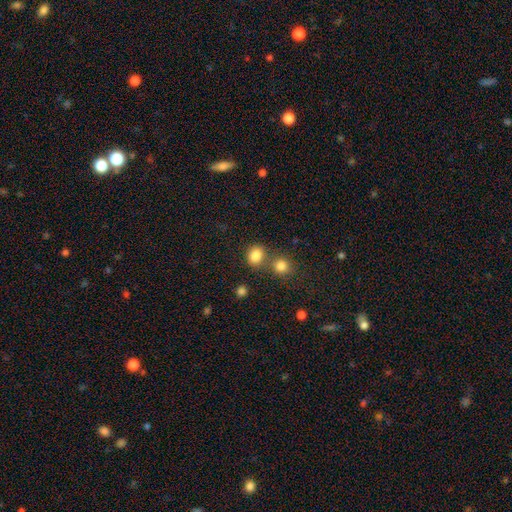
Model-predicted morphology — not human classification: smooth-or-featured: smooth: 83% | star or artifact: 12% | featured or disk: 5%
  how-rounded: round: 60% | in between: 39% | cigar-shaped: 1%
  merging: none: 61% | merger: 25% | minor disturbance: 10% | major disturbance: 4%